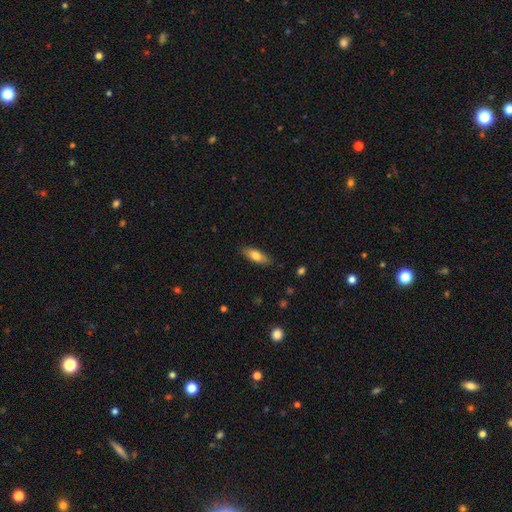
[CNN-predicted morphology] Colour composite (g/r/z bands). It shows a smooth galaxy with no disk features (71%) that is in between round and cigar-shaped (61%). Merging: none (84%).